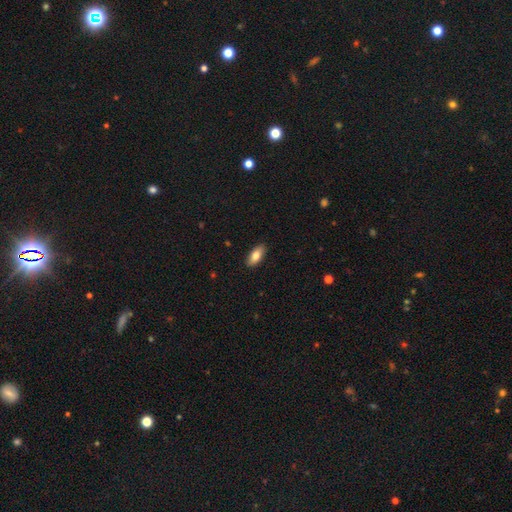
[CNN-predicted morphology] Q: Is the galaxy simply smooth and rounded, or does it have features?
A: smooth — 80%.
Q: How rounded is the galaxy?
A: in between — 84%.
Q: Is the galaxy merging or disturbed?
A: none — 89%.